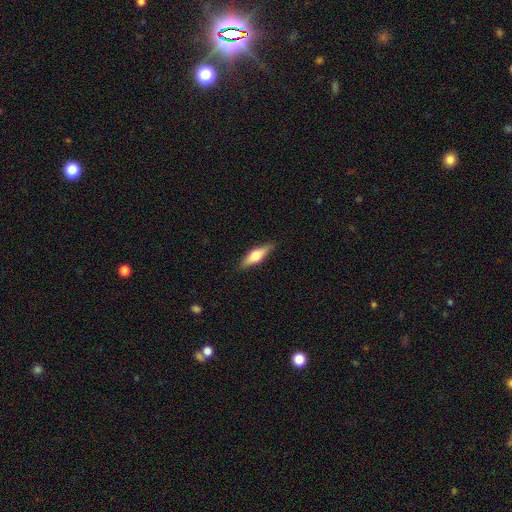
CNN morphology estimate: A featured or disk galaxy (47%, tied with smooth).

Vote fractions:
- Smooth or featured? featured or disk: 47% (tied) / smooth: 47% (tied) / star or artifact: 6%
- Merging? none: 88% / minor disturbance: 9% / major disturbance: 2% / merger: 1%